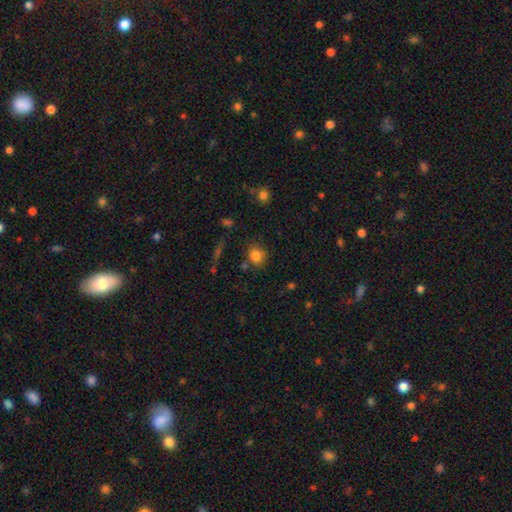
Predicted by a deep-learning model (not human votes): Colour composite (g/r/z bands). It shows a smooth galaxy with no disk features (83%) that is round (71%). Merging: none (75%).